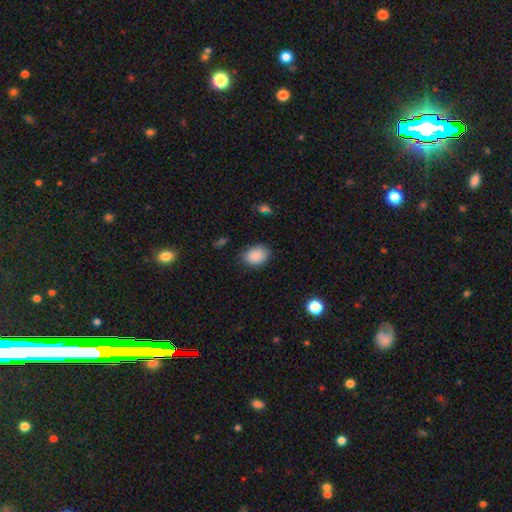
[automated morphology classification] This is clearly a smooth galaxy (89%). How rounded: likely in between (69%). Merging: clearly none (81%).